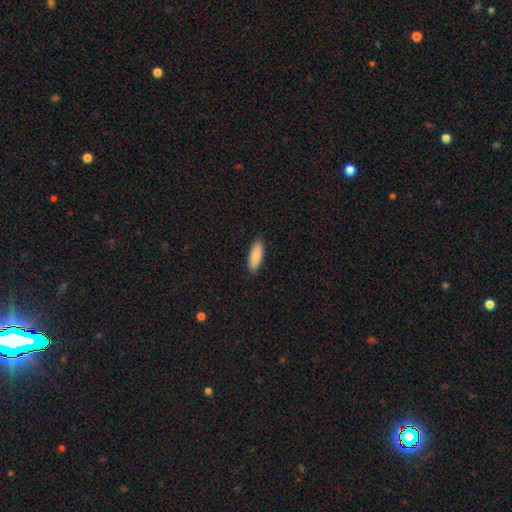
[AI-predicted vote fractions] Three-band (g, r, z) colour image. It shows a smooth galaxy with no disk features (89%) that is in between round and cigar-shaped (66%). Merging: none (89%).